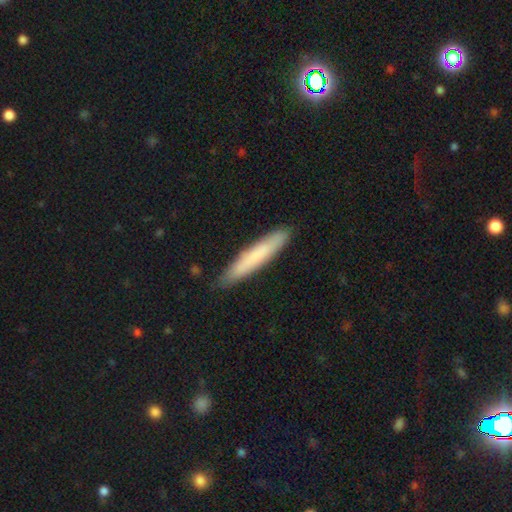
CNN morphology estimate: This is likely a smooth galaxy (74%). How rounded: clearly cigar-shaped (93%). Merging: clearly none (88%).